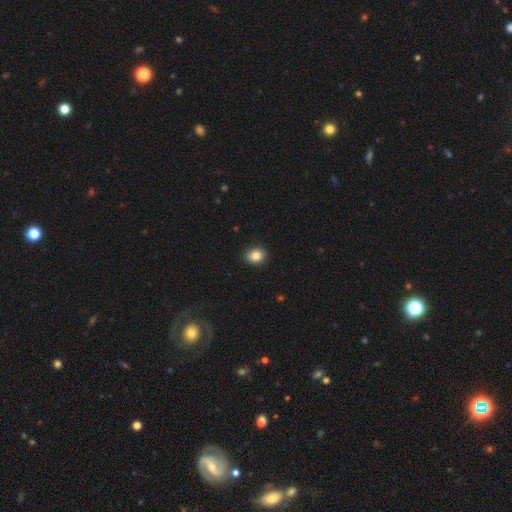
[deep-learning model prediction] The model was most divided on "how rounded": in between: 50%, round: 49%, cigar-shaped: 1%. More confident: merging — none (87%); smooth or featured — smooth (84%).